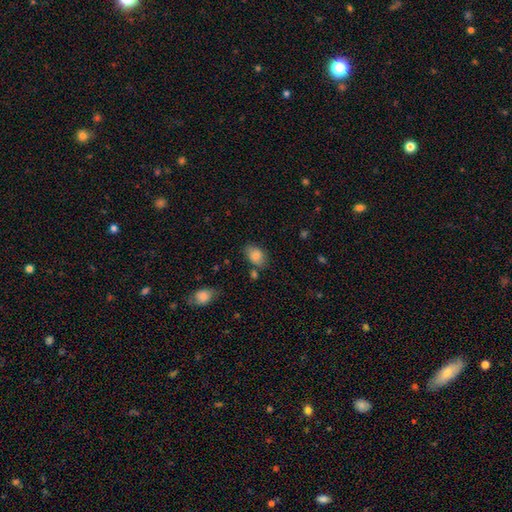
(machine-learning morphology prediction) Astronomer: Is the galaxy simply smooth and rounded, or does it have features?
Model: smooth — 83%.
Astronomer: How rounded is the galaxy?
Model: in between — 85%.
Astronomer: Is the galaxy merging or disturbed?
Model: none — 69%.